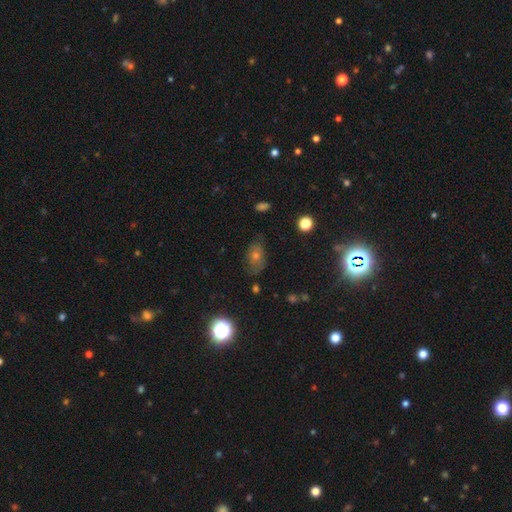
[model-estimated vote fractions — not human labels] This appears to be a smooth galaxy with no disk features (45%). Merging: none (70%).